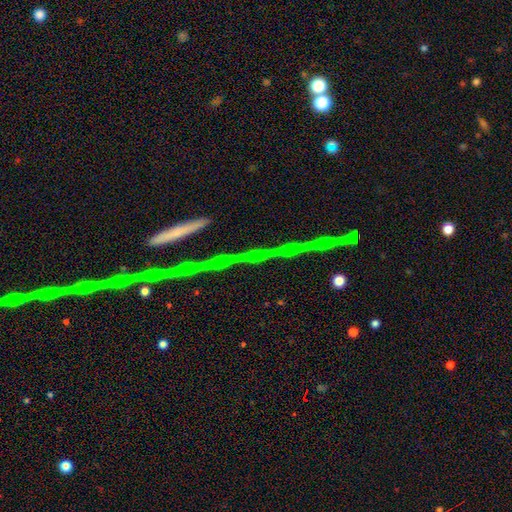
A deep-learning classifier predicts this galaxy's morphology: This is likely a star or artifact rather than a galaxy (69%).